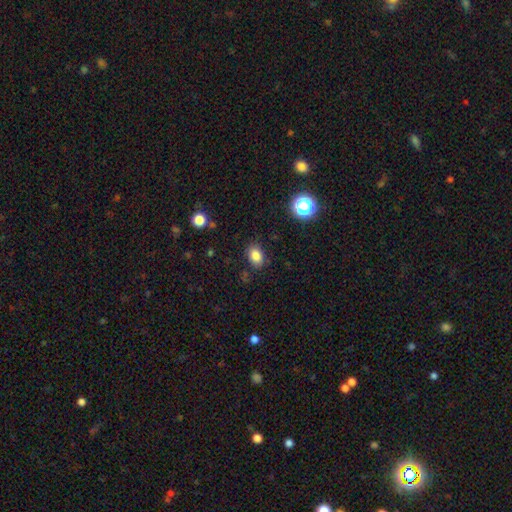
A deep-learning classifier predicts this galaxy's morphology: A smooth galaxy with no disk features (83%) that is in between round and cigar-shaped (78%).

Vote fractions:
- Smooth or featured? smooth: 83% / star or artifact: 11% / featured or disk: 5%
- How rounded? in between: 78% / round: 21% / cigar-shaped: 1%
- Merging? none: 83% / minor disturbance: 12% / major disturbance: 3% / merger: 2%